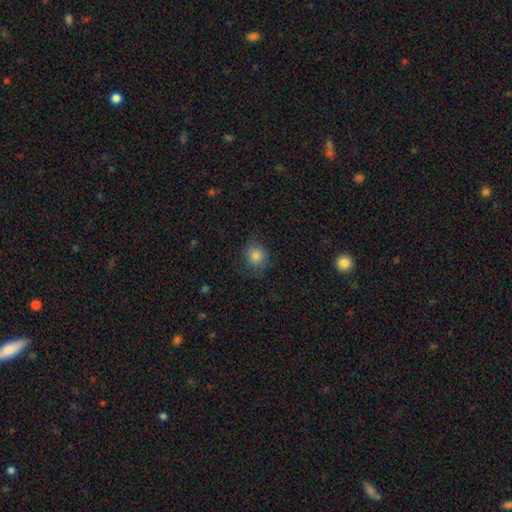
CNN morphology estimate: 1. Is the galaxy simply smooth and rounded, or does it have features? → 82% smooth, 11% star or artifact, 7% featured or disk.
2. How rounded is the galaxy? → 79% round, 20% in between, 1% cigar-shaped.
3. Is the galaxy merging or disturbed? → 76% none, 17% minor disturbance, 6% major disturbance, 1% merger.